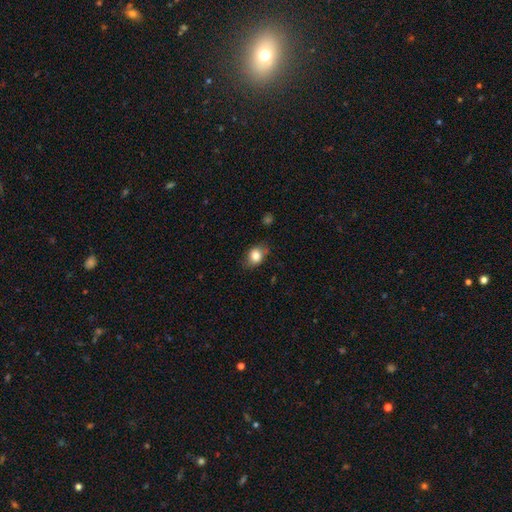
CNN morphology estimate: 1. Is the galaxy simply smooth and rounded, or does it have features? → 81% smooth, 10% featured or disk, 9% star or artifact.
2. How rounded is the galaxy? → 64% in between, 35% round, 1% cigar-shaped.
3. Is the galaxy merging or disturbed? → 74% none, 20% minor disturbance, 5% major disturbance, 1% merger.